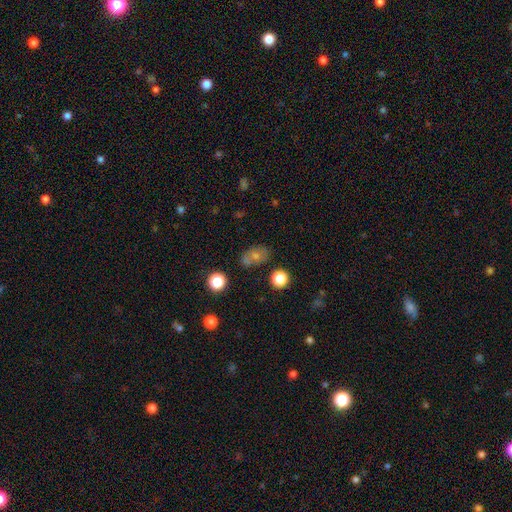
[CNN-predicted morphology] This is likely a smooth galaxy (64%). How rounded: likely in between (68%). Merging: likely none (60%).